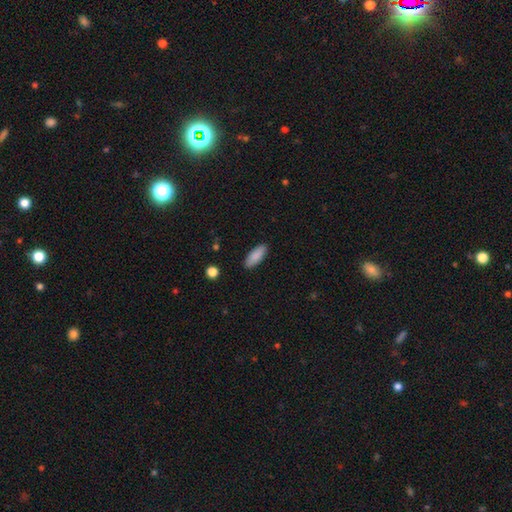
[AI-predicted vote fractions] Smooth or featured? Predicted: smooth (p=0.89). How rounded? Predicted: in between (p=0.73). Merging? Predicted: none (p=0.89).